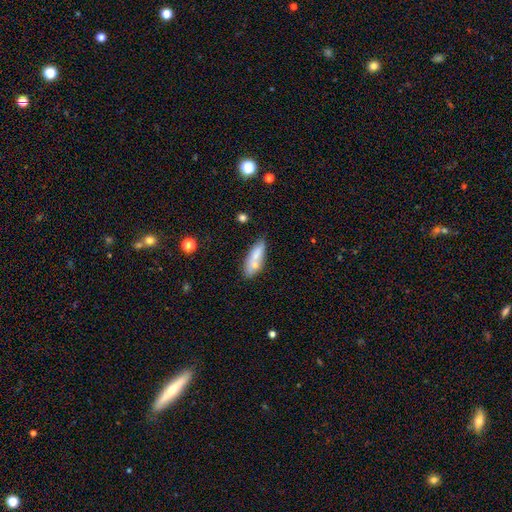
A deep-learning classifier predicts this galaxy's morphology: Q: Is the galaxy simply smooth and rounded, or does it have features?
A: smooth — 71%.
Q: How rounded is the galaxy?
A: in between — 61%.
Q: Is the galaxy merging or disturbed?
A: none — 57%.